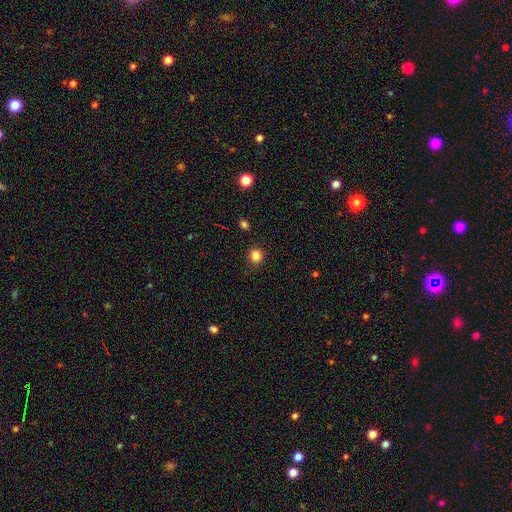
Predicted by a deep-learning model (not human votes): Smooth or featured?
  - smooth: 84% *
  - star or artifact: 12%
  - featured or disk: 4%
How rounded?
  - round: 88% *
  - in between: 11%
  - cigar-shaped: 1%
Merging?
  - none: 89% *
  - minor disturbance: 7%
  - major disturbance: 2%
  - merger: 1%